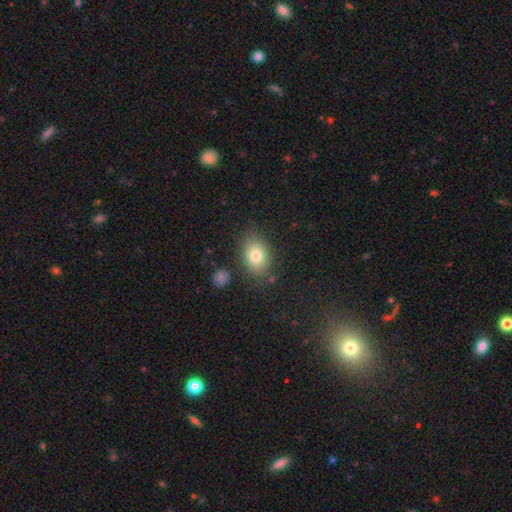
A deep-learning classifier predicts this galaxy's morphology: smooth_or_featured: smooth (p=0.80) [alt: featured or disk p=0.11]
how_rounded: in between (p=0.75) [alt: round p=0.24]
merging: none (p=0.81) [alt: minor disturbance p=0.12]